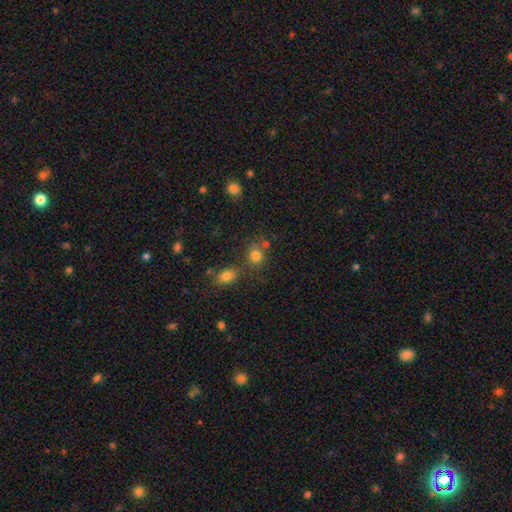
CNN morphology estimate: This is likely a smooth galaxy (78%). How rounded: likely round (77%). Merging: likely none (60%).